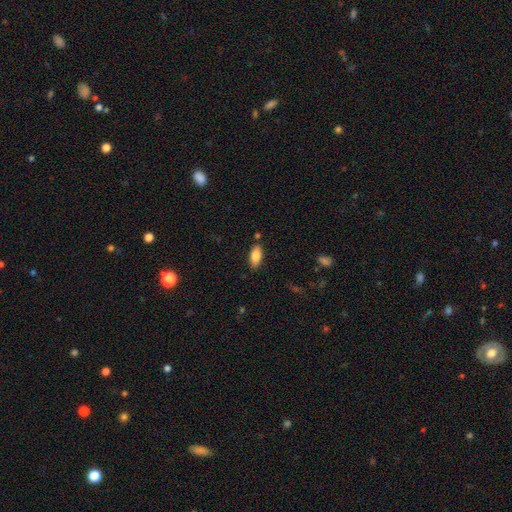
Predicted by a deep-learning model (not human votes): Q: Smooth or featured?
A: smooth (83%); runner-up: featured or disk (10%)
Q: How rounded?
A: in between (85%); runner-up: cigar-shaped (13%)
Q: Merging?
A: none (84%); runner-up: minor disturbance (11%)